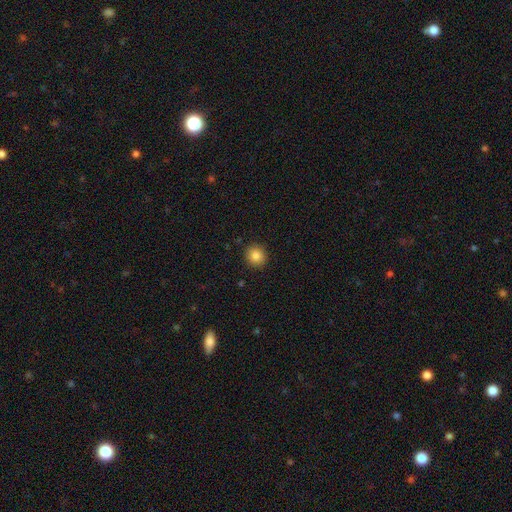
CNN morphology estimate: type=smooth (85%); roundness=round (89%); merging=none (91%).